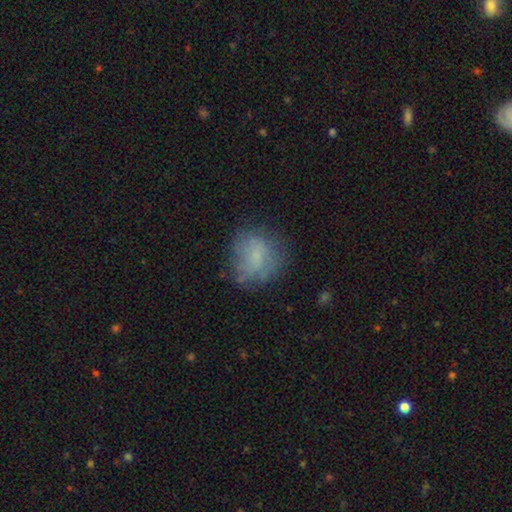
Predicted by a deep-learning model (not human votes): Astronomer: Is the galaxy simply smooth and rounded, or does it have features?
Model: smooth — 65%.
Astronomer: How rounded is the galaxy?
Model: round — 73%.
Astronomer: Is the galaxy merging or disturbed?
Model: none — 64%.